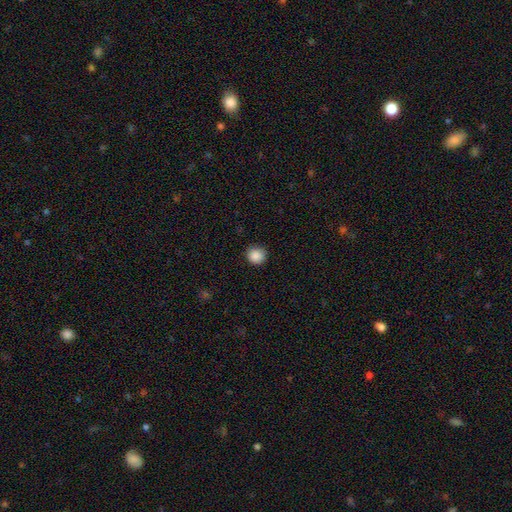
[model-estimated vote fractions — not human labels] A smooth galaxy with no disk features (88%) that is round (92%).

Vote fractions:
- Smooth or featured? smooth: 88% / star or artifact: 9% / featured or disk: 3%
- How rounded? round: 92% / in between: 7% / cigar-shaped: 1%
- Merging? none: 89% / minor disturbance: 8% / major disturbance: 2% / merger: 1%